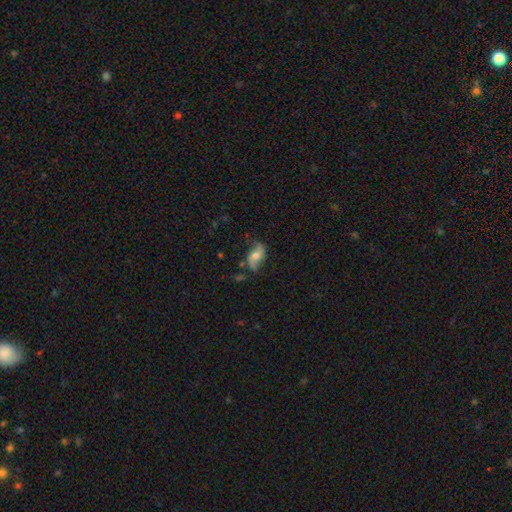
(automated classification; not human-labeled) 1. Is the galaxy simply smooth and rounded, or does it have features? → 62% featured or disk, 29% smooth, 8% star or artifact.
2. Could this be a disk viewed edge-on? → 94% no, 6% yes.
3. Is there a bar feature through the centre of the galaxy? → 64% no, 27% weak, 8% strong.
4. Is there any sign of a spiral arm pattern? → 88% yes, 12% no.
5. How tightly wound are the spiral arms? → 72% loose, 21% medium, 7% tight.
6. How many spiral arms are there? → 90% 2, 5% can't tell, 3% 1, 1% 3, 1% 4, 1% more than 4.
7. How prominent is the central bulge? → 64% moderate, 21% small, 11% large, 3% none, 2% dominant.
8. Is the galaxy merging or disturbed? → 67% none, 21% minor disturbance, 9% major disturbance, 3% merger.